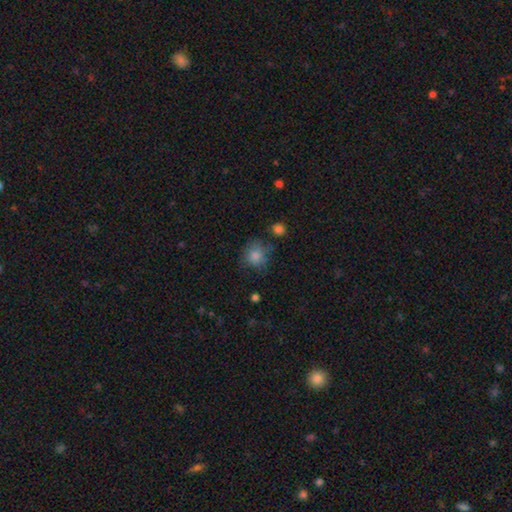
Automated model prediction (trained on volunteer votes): Morphology: type=smooth (81%); roundness=round (81%); merging=none (66%).